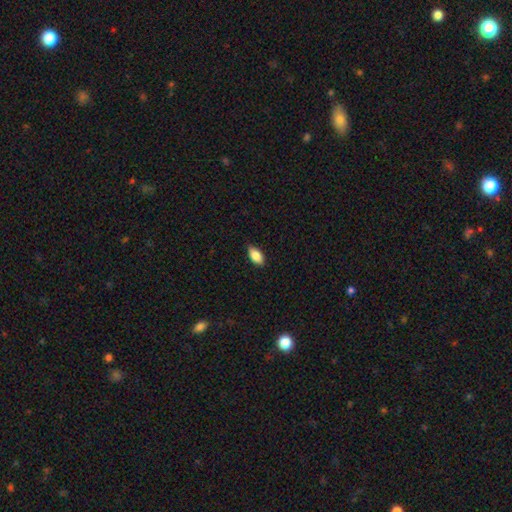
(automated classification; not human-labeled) smooth-or-featured: smooth: 85% | featured or disk: 8% | star or artifact: 7%
  how-rounded: in between: 91% | cigar-shaped: 6% | round: 3%
  merging: none: 84% | minor disturbance: 13% | major disturbance: 2% | merger: 1%